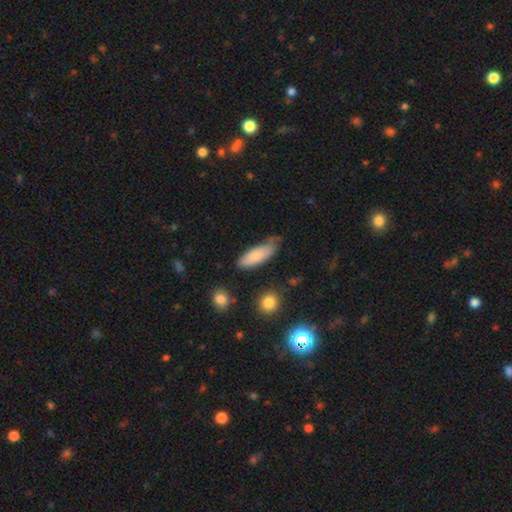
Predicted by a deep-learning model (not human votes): smooth 81%, featured or disk 12%, star or artifact 6%. Down the decision tree: how rounded — in between (65%); merging — none (59%).